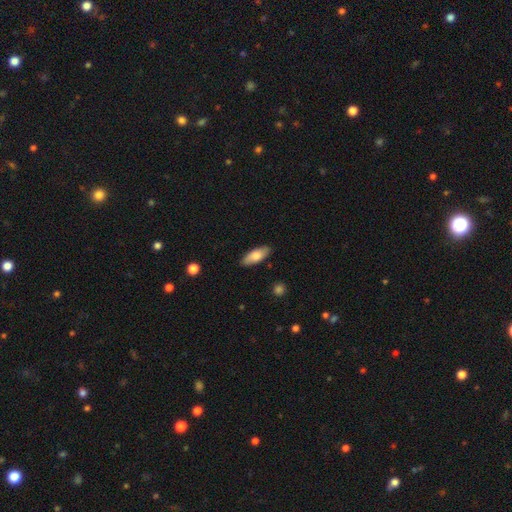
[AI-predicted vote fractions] This is likely a smooth galaxy (75%). How rounded: likely in between (76%). Merging: clearly none (87%).